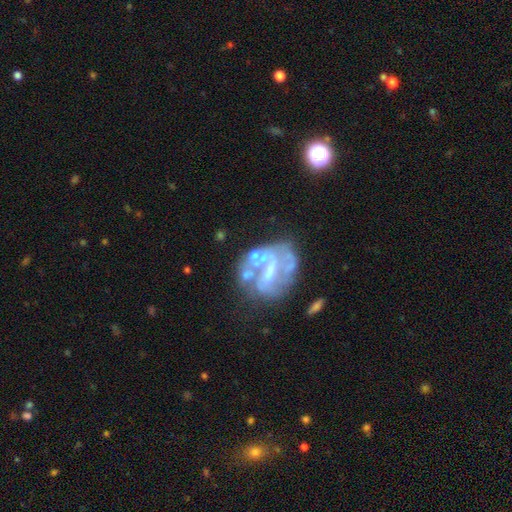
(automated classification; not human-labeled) smooth-or-featured: featured or disk: 71% | smooth: 17% | star or artifact: 12%
  disk-edge-on: no: 98% | yes: 2%
    bar: no: 53% | weak: 26% | strong: 21%
    has-spiral-arms: no: 68% | yes: 32%
    bulge-size: none: 42% | moderate: 31% | small: 20% | large: 6% | dominant: 2%
  merging: none: 34% | major disturbance: 27% | merger: 22% | minor disturbance: 18%